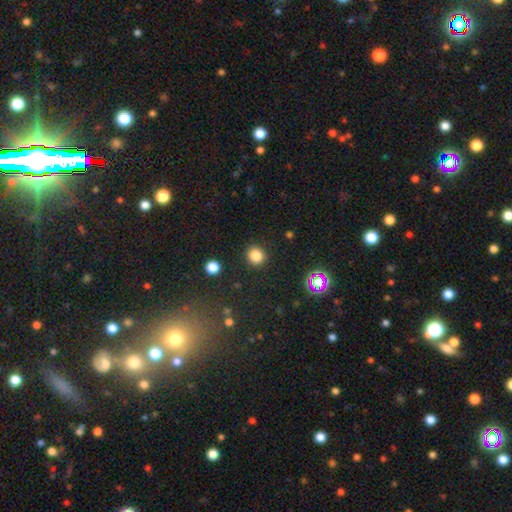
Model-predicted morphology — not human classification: type=smooth (83%); roundness=round (88%); merging=none (90%).